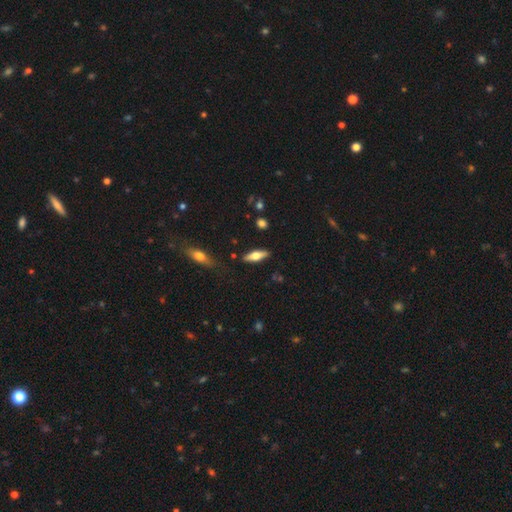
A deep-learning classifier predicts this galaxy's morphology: A smooth galaxy with no disk features (52%) that is in between round and cigar-shaped (51%).

Vote fractions:
- Smooth or featured? smooth: 52% / featured or disk: 42% / star or artifact: 6%
- How rounded? in between: 51% / cigar-shaped: 46% / round: 3%
- Merging? none: 85% / minor disturbance: 10% / major disturbance: 3% / merger: 3%